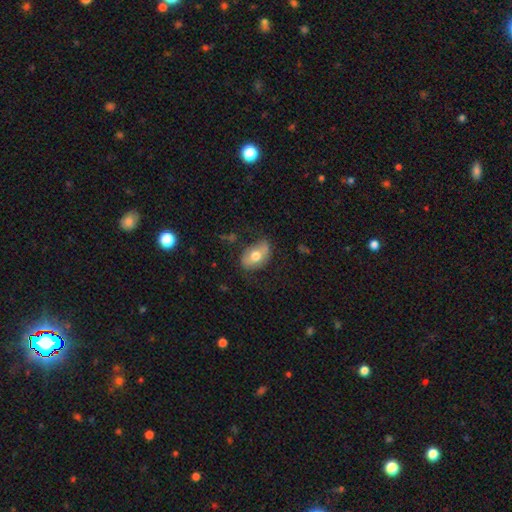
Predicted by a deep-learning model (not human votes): This is possibly a smooth galaxy (59%). How rounded: clearly in between (86%). Merging: likely none (65%).